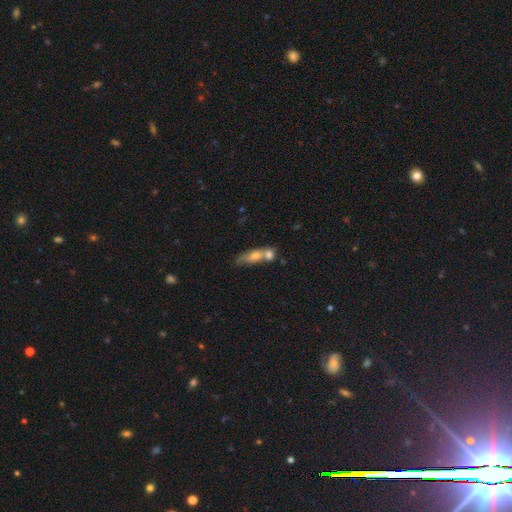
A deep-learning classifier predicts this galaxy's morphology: The model was most divided on "how rounded": in between: 52%, cigar-shaped: 37%, round: 11%. More confident: smooth or featured — smooth (59%); merging — merger (55%).